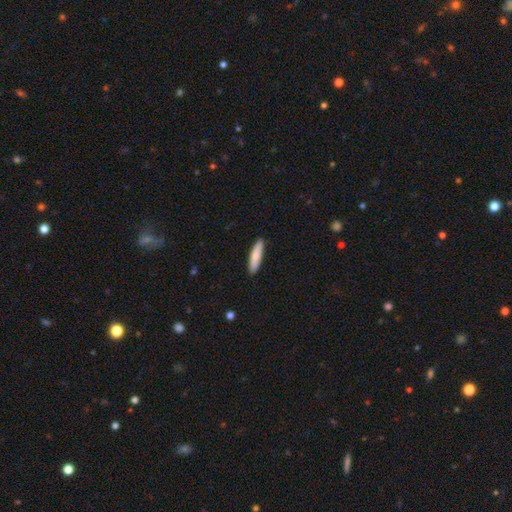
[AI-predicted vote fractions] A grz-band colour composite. It shows a smooth galaxy with no disk features (83%) that is cigar-shaped (80%). Merging: none (90%).